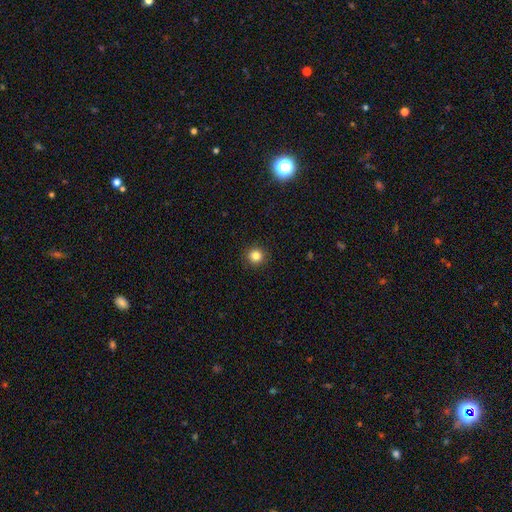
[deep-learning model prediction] A smooth galaxy with no disk features (83%) that is round (94%). Merging: none (92%).